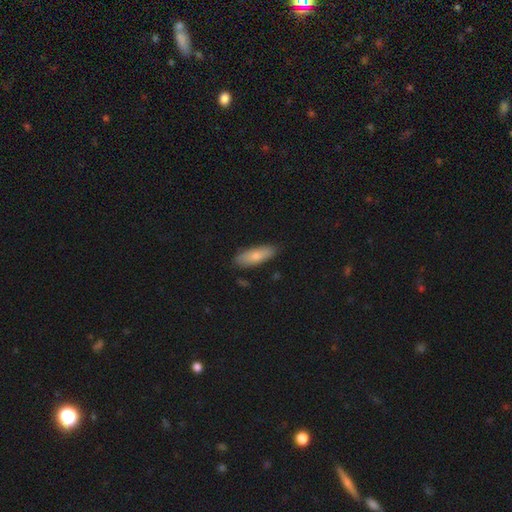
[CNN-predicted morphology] Smooth or featured? smooth (78%)
How rounded? in between (64%)
Merging? none (83%)